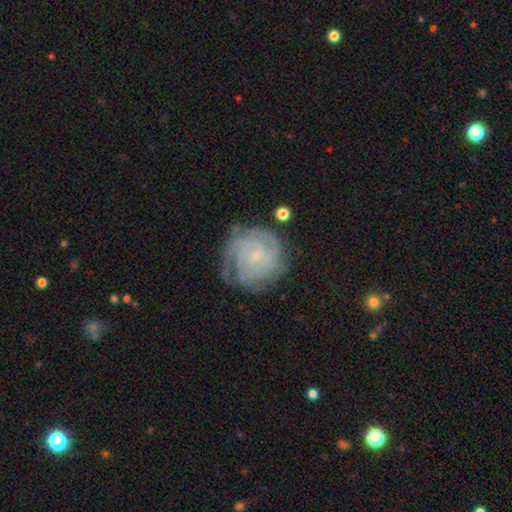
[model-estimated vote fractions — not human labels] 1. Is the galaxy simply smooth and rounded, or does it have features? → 84% featured or disk, 9% smooth, 7% star or artifact.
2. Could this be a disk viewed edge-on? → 98% no, 2% yes.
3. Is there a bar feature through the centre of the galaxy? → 77% no, 19% weak, 4% strong.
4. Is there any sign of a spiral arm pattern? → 97% yes, 3% no.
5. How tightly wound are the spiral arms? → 77% tight, 20% medium, 4% loose.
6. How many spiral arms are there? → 25% can't tell (tied), 25% 3 (tied), 22% 4, 13% 2, 8% more than 4, 7% 1.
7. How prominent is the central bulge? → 85% small, 8% moderate, 5% none, 1% large, 1% dominant.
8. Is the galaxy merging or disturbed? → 73% none, 18% minor disturbance, 7% major disturbance, 2% merger.